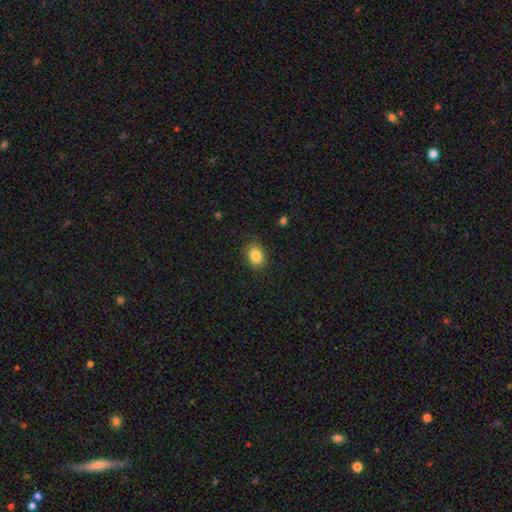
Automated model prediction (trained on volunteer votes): This appears to be a smooth galaxy with no disk features (85%) that is in between round and cigar-shaped (67%). Merging: none (87%).